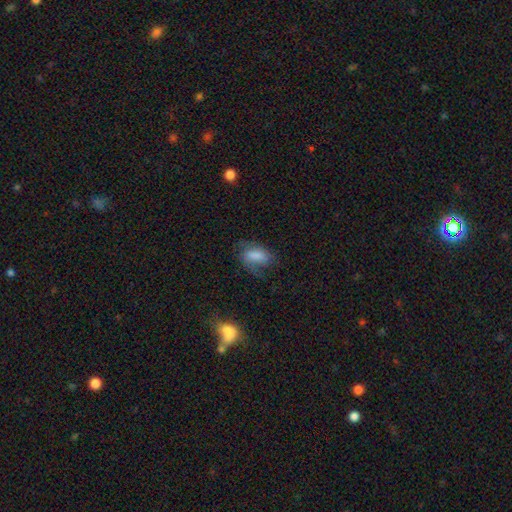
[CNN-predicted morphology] This is likely a smooth galaxy (66%). How rounded: clearly in between (88%). Merging: possibly none (47%).